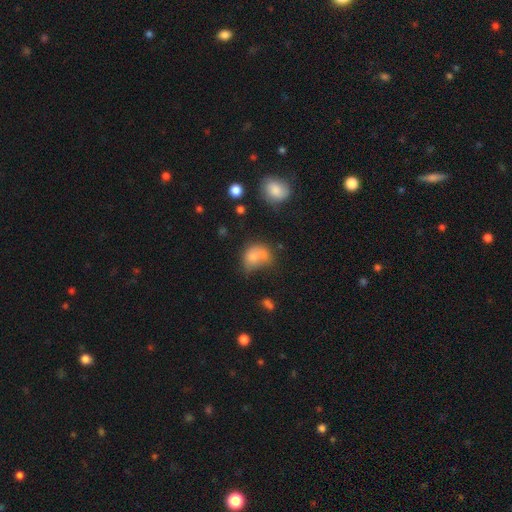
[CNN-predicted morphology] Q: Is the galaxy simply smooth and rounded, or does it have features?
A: smooth — 73%.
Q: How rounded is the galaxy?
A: in between — 61%.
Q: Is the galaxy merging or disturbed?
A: merger — 49%.